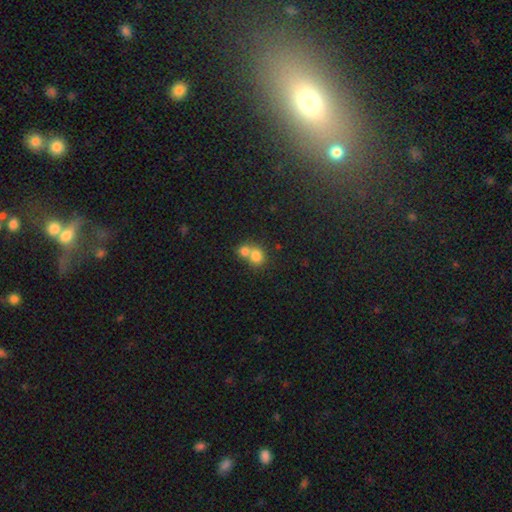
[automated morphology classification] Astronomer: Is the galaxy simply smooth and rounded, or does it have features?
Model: smooth — 78%.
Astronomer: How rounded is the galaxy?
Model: round — 73%.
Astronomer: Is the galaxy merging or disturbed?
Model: merger — 62%.